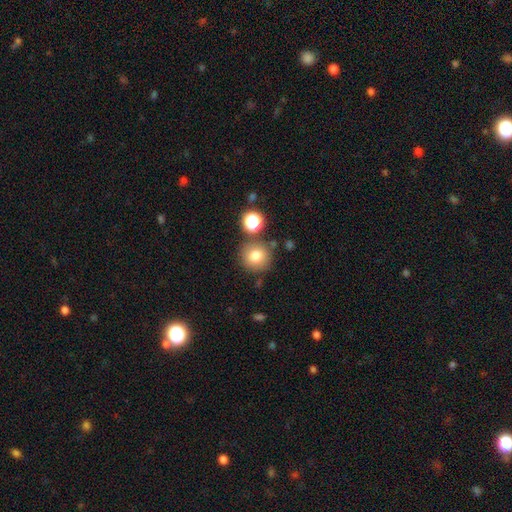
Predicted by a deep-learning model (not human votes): The model was most divided on "smooth or featured": smooth: 78%, star or artifact: 13%, featured or disk: 9%. More confident: how rounded — round (91%); merging — none (78%).